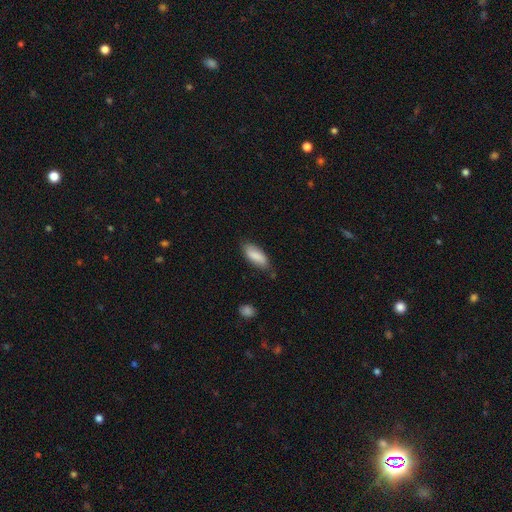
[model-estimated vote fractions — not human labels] Q: Smooth or featured?
A: smooth (84%); runner-up: featured or disk (10%)
Q: How rounded?
A: in between (78%); runner-up: cigar-shaped (20%)
Q: Merging?
A: none (75%); runner-up: minor disturbance (20%)